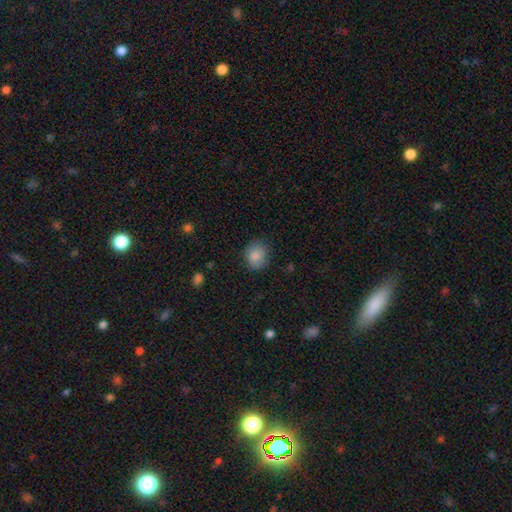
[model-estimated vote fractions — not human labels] Morphology: type=smooth (86%); roundness=round (65%); merging=none (80%).